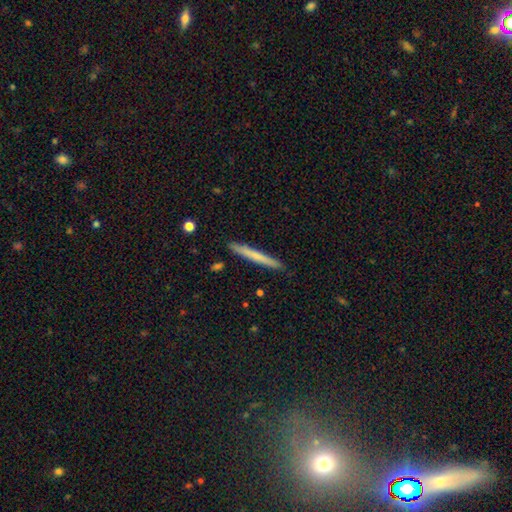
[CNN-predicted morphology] This is likely a smooth galaxy (63%). How rounded: clearly cigar-shaped (97%). Merging: clearly none (90%).